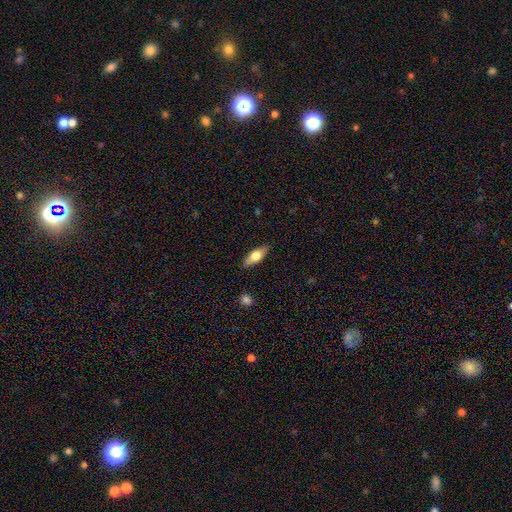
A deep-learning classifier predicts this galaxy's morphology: type=smooth (59%); roundness=in between (67%); merging=none (86%).